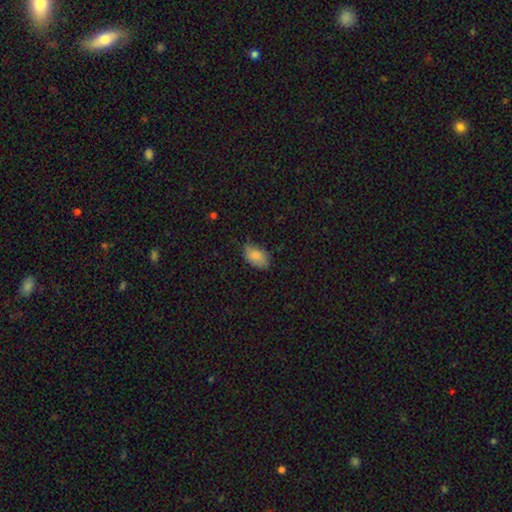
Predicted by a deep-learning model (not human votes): A smooth galaxy with no disk features (84%) that is in between round and cigar-shaped (92%). Merging: none (64%).